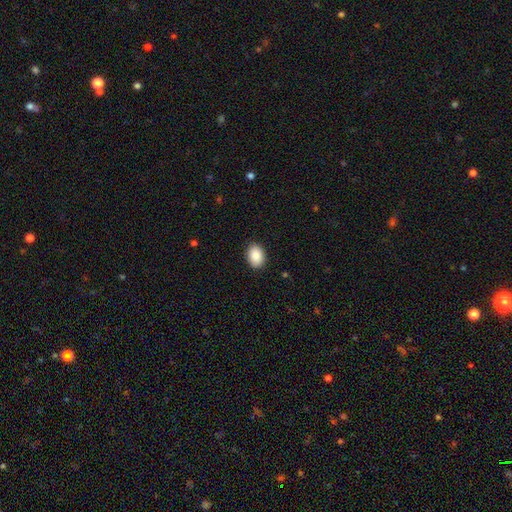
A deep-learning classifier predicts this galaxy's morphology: Smooth or featured? smooth (90%)
How rounded? in between (80%)
Merging? none (89%)